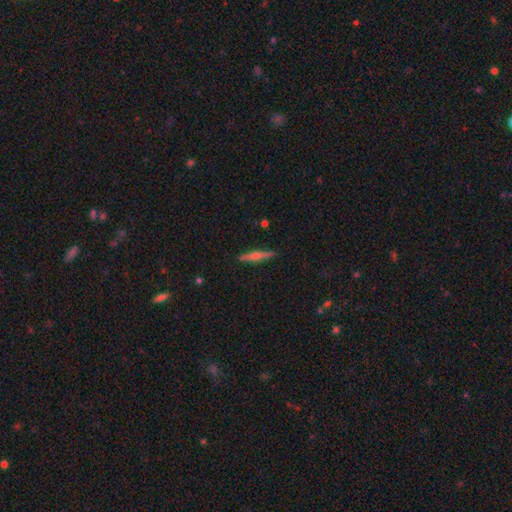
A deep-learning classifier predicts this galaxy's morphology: This appears to be a featured or disk galaxy (65%) viewed edge-on (97%) with a rounded central bulge (84%). Merging: none (90%).